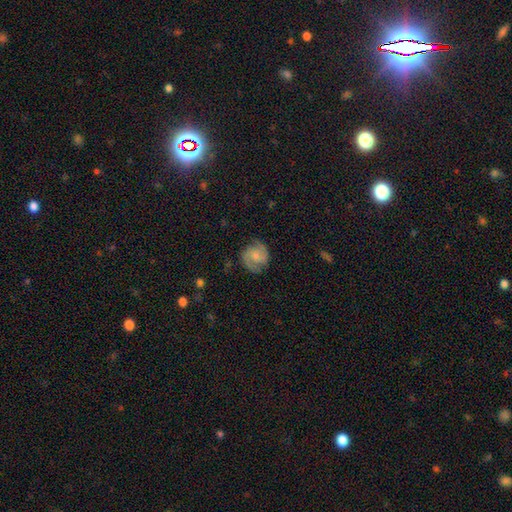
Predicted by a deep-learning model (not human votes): smooth-or-featured: featured or disk: 74% | smooth: 20% | star or artifact: 6%
  disk-edge-on: no: 98% | yes: 2%
    bar: no: 56% | weak: 38% | strong: 6%
    has-spiral-arms: yes: 95% | no: 5%
      spiral-winding: medium: 50% | tight: 37% | loose: 13%
      spiral-arm-count: 2: 88% | can't tell: 5% | 3: 2% | 1: 2% | 4: 1% | more than 4: 1%
    bulge-size: small: 47% | moderate: 35% | none: 13% | large: 3% | dominant: 1%
  merging: none: 80% | minor disturbance: 14% | major disturbance: 5% | merger: 1%